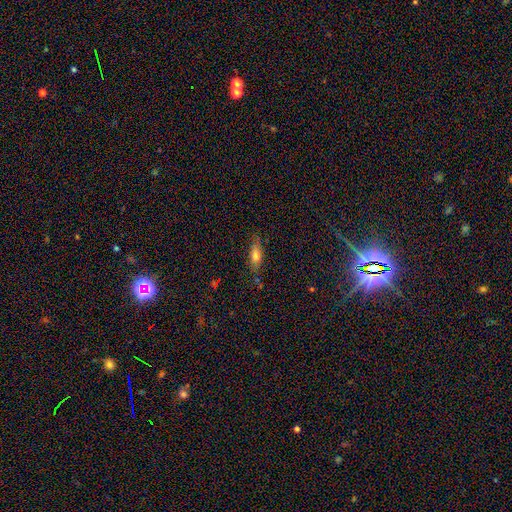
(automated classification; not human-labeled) A smooth galaxy with no disk features (70%) that is in between round and cigar-shaped (61%).

Vote fractions:
- Smooth or featured? smooth: 70% / featured or disk: 21% / star or artifact: 9%
- How rounded? in between: 61% / cigar-shaped: 36% / round: 3%
- Merging? none: 76% / minor disturbance: 17% / major disturbance: 4% / merger: 3%